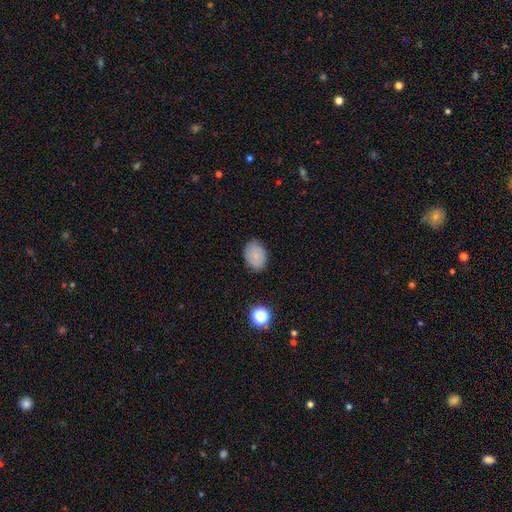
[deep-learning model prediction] Q: Smooth or featured?
A: smooth (81%); runner-up: star or artifact (10%)
Q: How rounded?
A: in between (71%); runner-up: round (28%)
Q: Merging?
A: none (83%); runner-up: minor disturbance (13%)